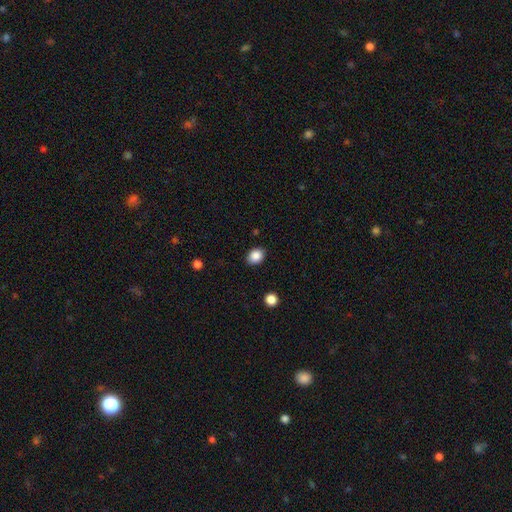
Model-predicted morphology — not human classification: This is clearly a smooth galaxy (87%). How rounded: likely in between (62%). Merging: clearly none (89%).